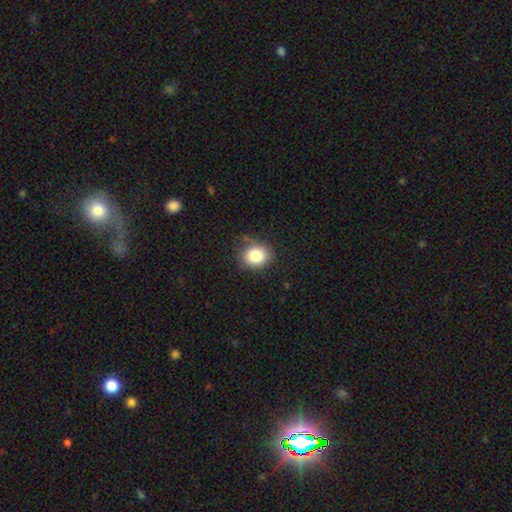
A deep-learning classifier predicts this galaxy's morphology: This appears to be a smooth galaxy with no disk features (81%) that is round (68%). Merging: none (75%).